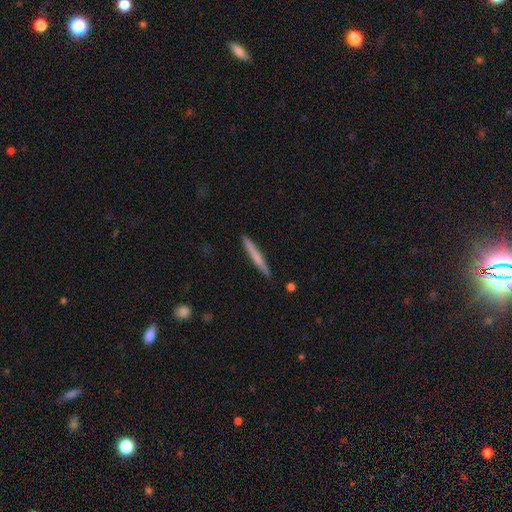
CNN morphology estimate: Smooth or featured?
  - smooth: 61% *
  - featured or disk: 34%
  - star or artifact: 5%
How rounded?
  - cigar-shaped: 97% *
  - in between: 2%
  - round: 1%
Merging?
  - none: 91% *
  - minor disturbance: 7%
  - major disturbance: 1%
  - merger: 1%